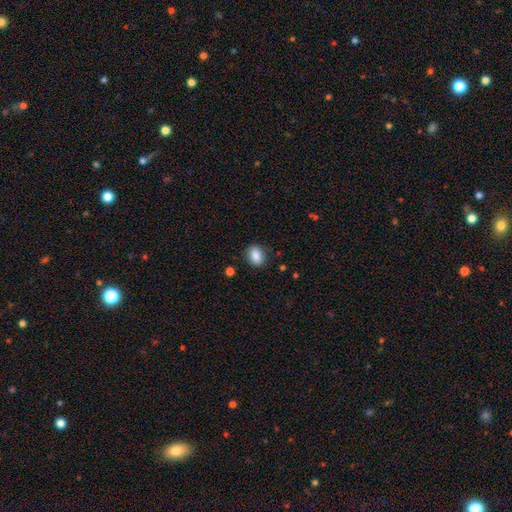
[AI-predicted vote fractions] Smooth or featured: smooth — 86% (star or artifact — 8%)
How rounded: in between — 61% (round — 38%)
Merging: none — 85% (minor disturbance — 11%)